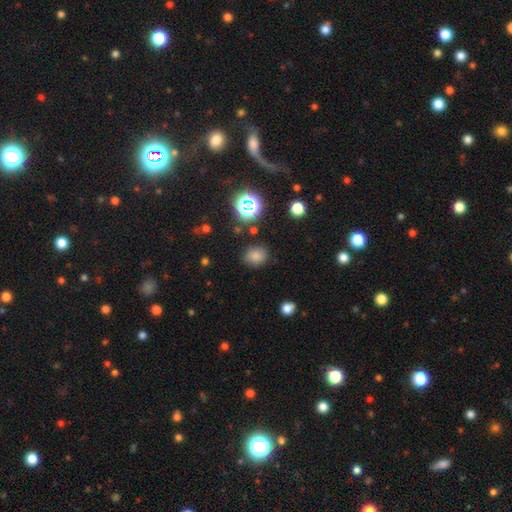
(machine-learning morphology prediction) This is likely a smooth galaxy (76%). How rounded: likely round (65%). Merging: clearly none (81%).